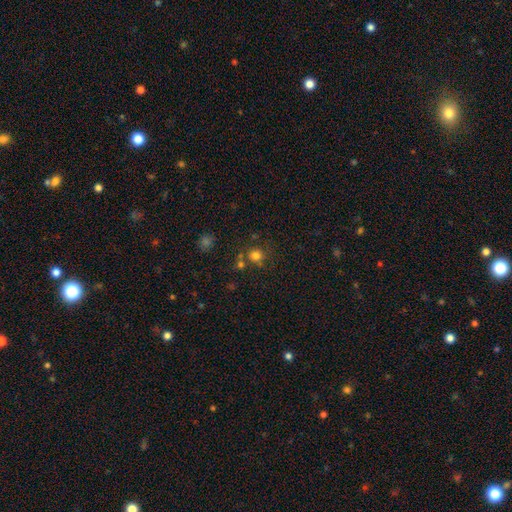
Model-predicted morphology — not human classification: Smooth or featured: smooth — 76% (star or artifact — 16%)
How rounded: round — 88% (in between — 11%)
Merging: none — 66% (merger — 19%)